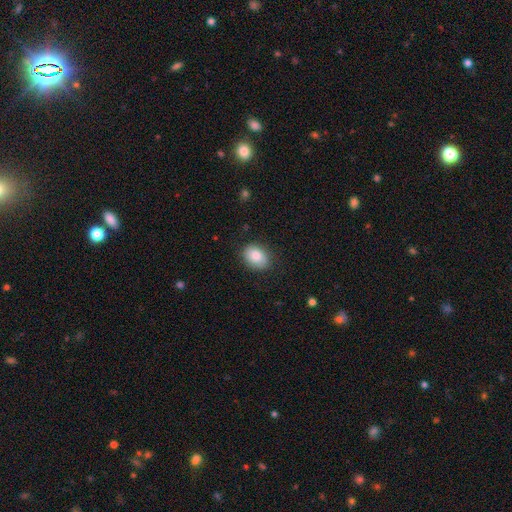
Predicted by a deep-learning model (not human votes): This appears to be a smooth galaxy with no disk features (84%) that is in between round and cigar-shaped (68%). Merging: none (83%).